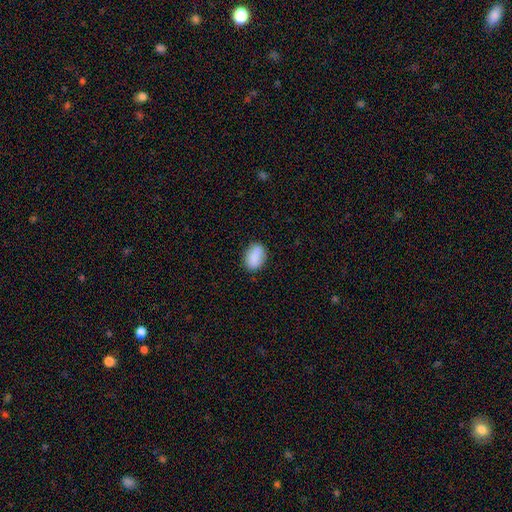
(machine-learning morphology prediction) Smooth or featured? Predicted: smooth (p=0.86). How rounded? Predicted: in between (p=0.81). Merging? Predicted: none (p=0.79).